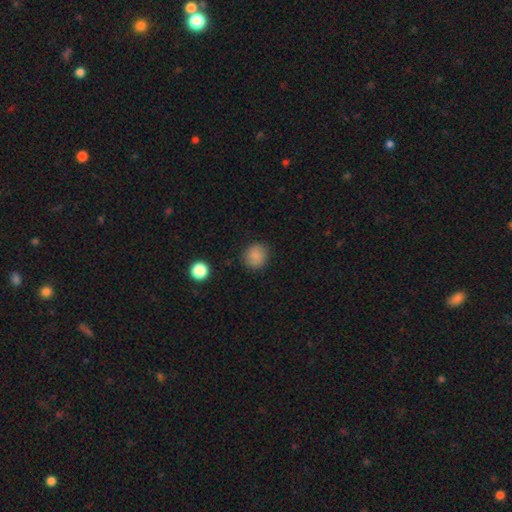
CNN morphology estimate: A smooth galaxy with no disk features (84%) that is round (87%). Merging: none (87%).